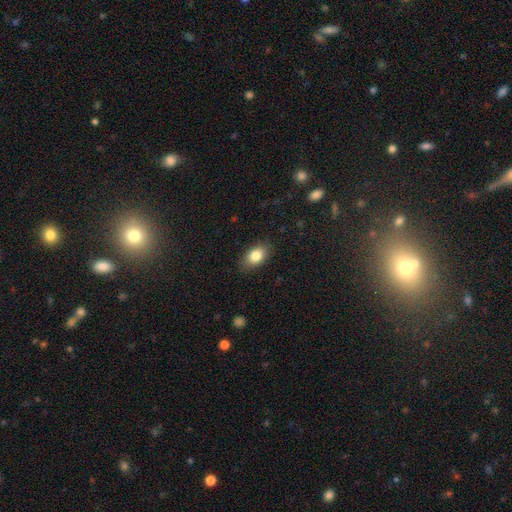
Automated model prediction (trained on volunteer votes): The model was most divided on "merging": none: 84%, minor disturbance: 12%, major disturbance: 3%, merger: 1%. More confident: how rounded — in between (87%); smooth or featured — smooth (83%).